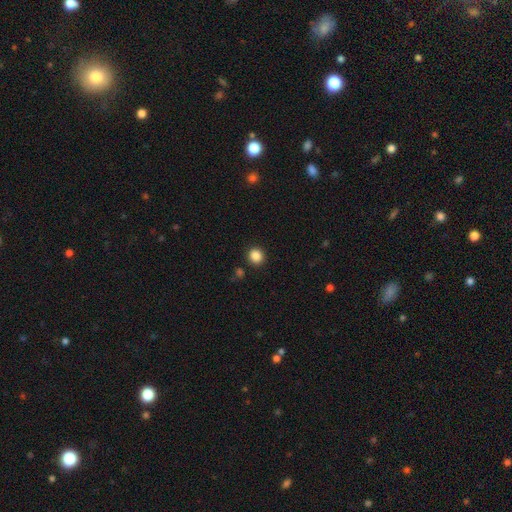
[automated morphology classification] type=smooth (87%); roundness=round (89%); merging=none (90%).